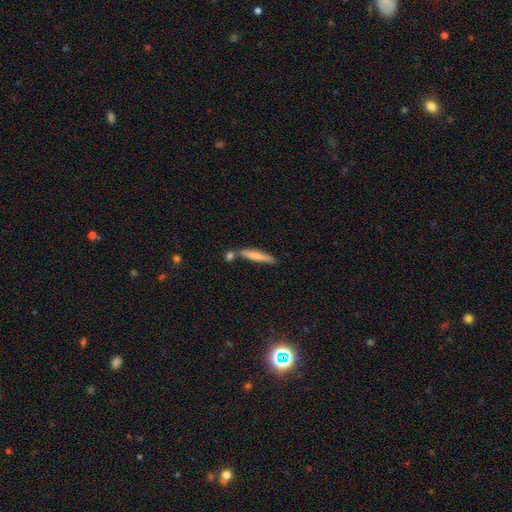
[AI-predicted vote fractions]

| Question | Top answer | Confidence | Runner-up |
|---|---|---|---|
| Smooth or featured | smooth | 71% | featured or disk (24%) |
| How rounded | cigar-shaped | 90% | in between (9%) |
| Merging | none | 67% | merger (17%) |